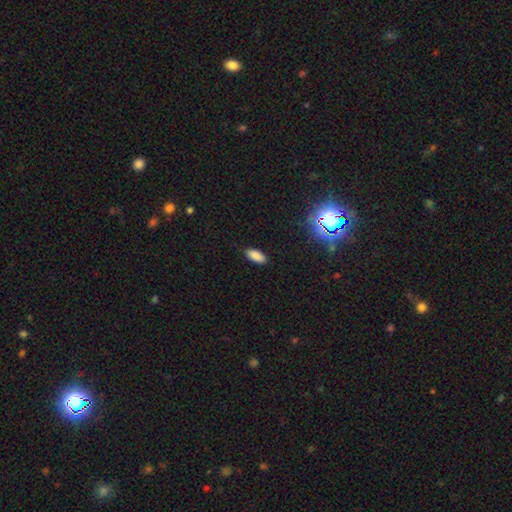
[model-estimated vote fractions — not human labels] Smooth or featured?
  - smooth: 85% *
  - star or artifact: 11%
  - featured or disk: 4%
How rounded?
  - in between: 86% *
  - cigar-shaped: 12%
  - round: 2%
Merging?
  - none: 88% *
  - minor disturbance: 9%
  - major disturbance: 2%
  - merger: 1%